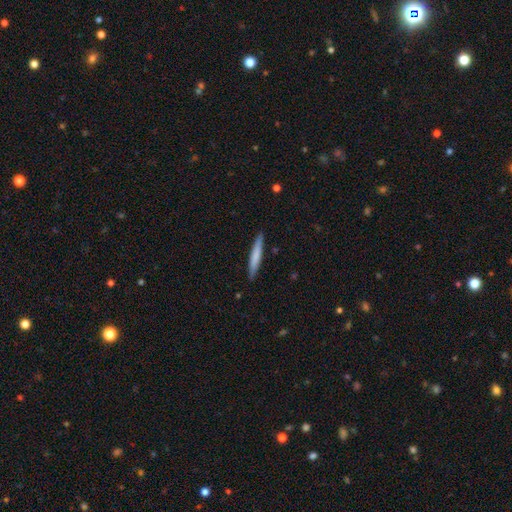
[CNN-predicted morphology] A smooth galaxy with no disk features (70%) that is cigar-shaped (95%). Merging: none (89%).